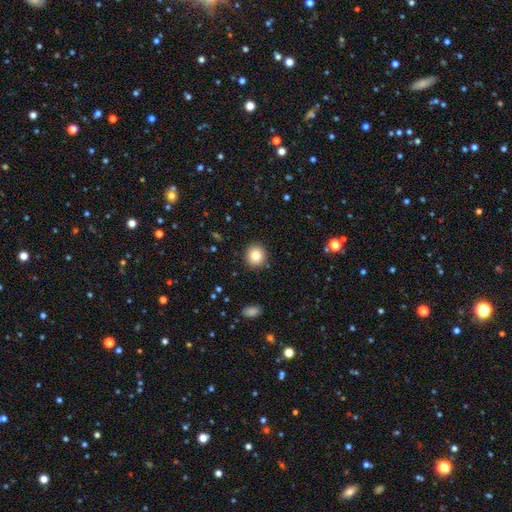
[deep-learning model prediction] smooth_or_featured: smooth (p=0.81) [alt: star or artifact p=0.10]
how_rounded: round (p=0.89) [alt: in between p=0.10]
merging: none (p=0.91) [alt: minor disturbance p=0.06]